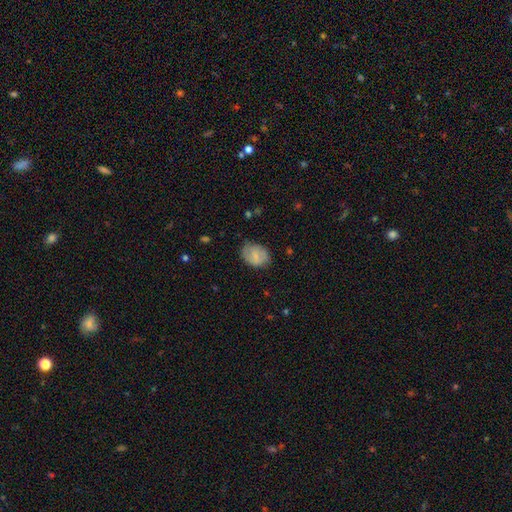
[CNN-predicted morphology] This is likely a smooth galaxy (67%). How rounded: likely in between (67%). Merging: likely none (68%).